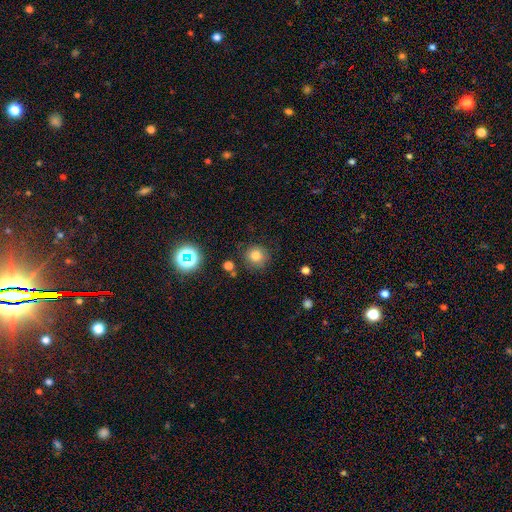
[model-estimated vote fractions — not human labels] Smooth or featured? Predicted: smooth (p=0.77). How rounded? Predicted: round (p=0.92). Merging? Predicted: none (p=0.84).